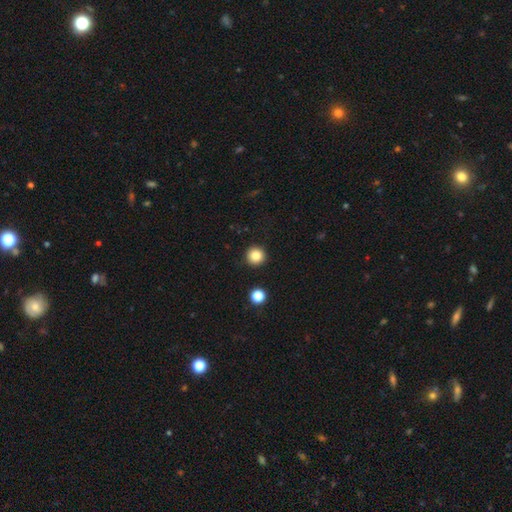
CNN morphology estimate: smooth-or-featured: smooth: 85% | star or artifact: 11% | featured or disk: 4%
  how-rounded: round: 96% | in between: 3% | cigar-shaped: 1%
  merging: none: 92% | minor disturbance: 4% | major disturbance: 2% | merger: 2%